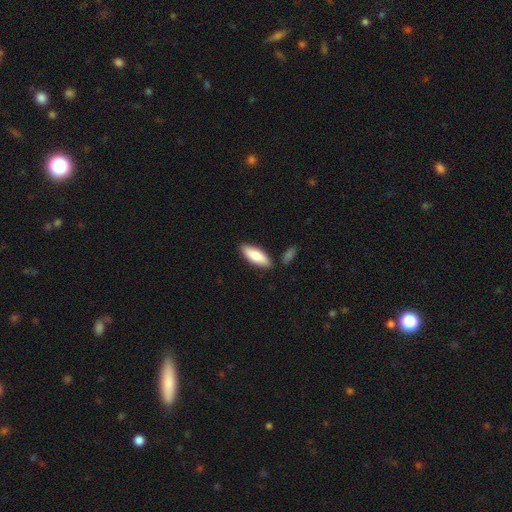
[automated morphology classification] This appears to be a smooth galaxy with no disk features (80%) that is in between round and cigar-shaped (68%). Merging: none (82%).